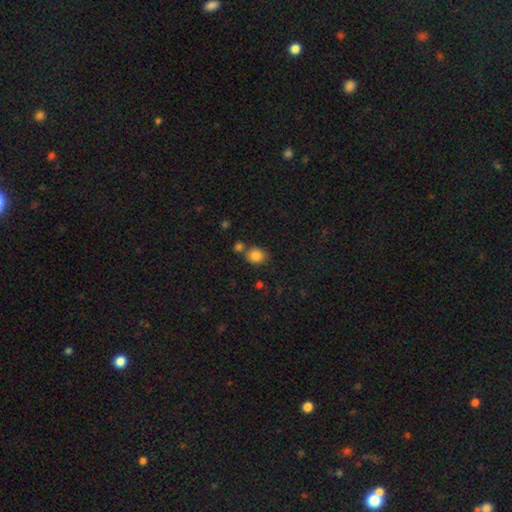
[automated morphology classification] This is clearly a smooth galaxy (84%). How rounded: likely round (69%). Merging: likely none (66%).